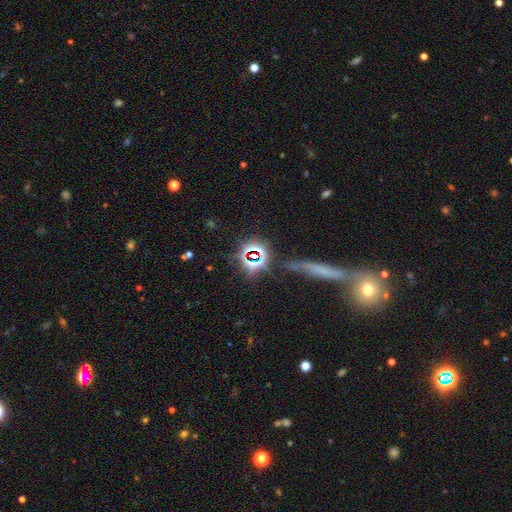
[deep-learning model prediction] smooth_or_featured: star or artifact (p=0.70) [alt: smooth p=0.19]